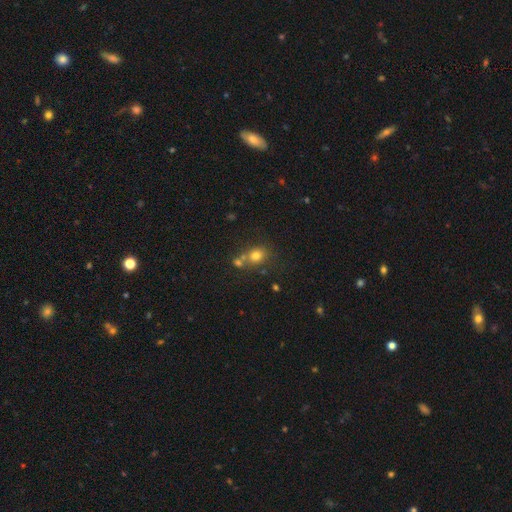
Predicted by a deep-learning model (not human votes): Morphology: type=smooth (74%); roundness=round (67%); merging=none (53%).